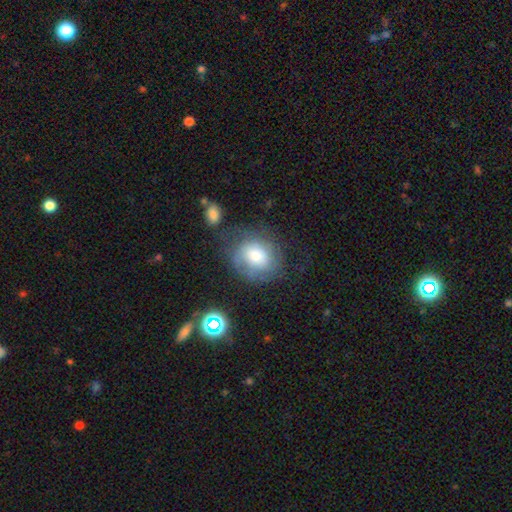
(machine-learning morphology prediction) Q: Smooth or featured?
A: smooth (54%); runner-up: featured or disk (36%)
Q: How rounded?
A: round (70%); runner-up: in between (29%)
Q: Merging?
A: none (60%); runner-up: minor disturbance (20%)